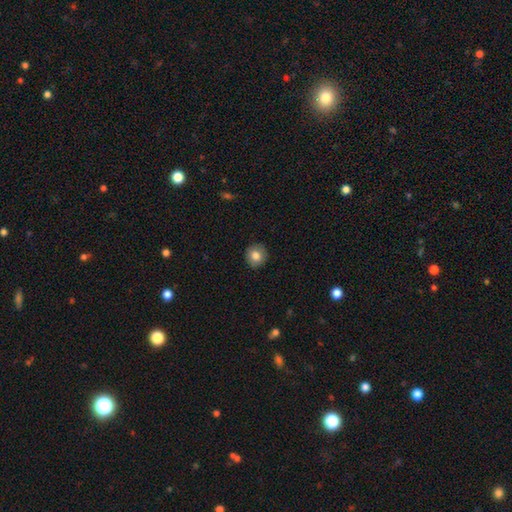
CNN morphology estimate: This appears to be a smooth galaxy with no disk features (80%) that is round (90%). Merging: none (90%).